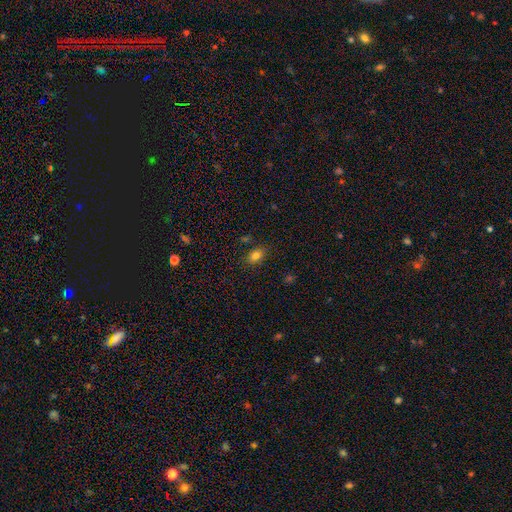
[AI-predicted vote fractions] Overall: smooth (80%). How rounded: in between (79%). Merging: none (82%).